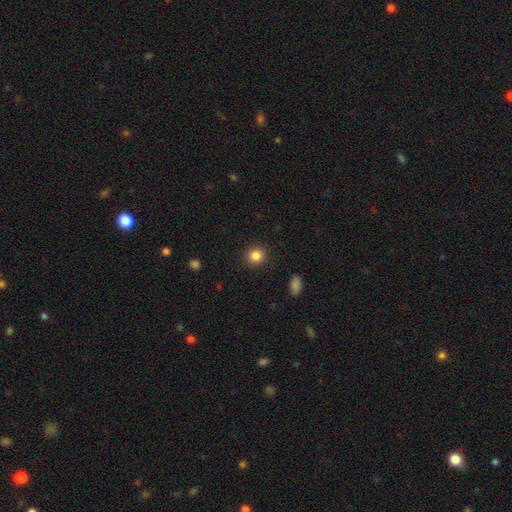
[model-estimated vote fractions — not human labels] Smooth or featured? smooth (85%)
How rounded? round (89%)
Merging? none (91%)